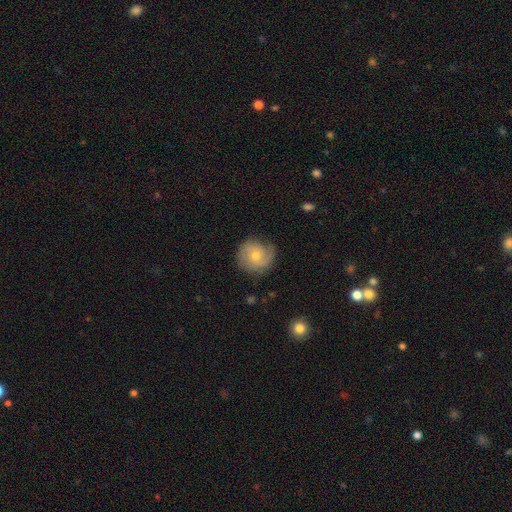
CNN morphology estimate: featured or disk 64%, smooth 29%, star or artifact 7%. Down the decision tree: edge-on disk — no (98%); bar — no (72%); spiral arms — yes (91%); spiral arm count — 2 (50%); spiral winding — medium (41%); bulge size — moderate (50%); merging — none (72%).